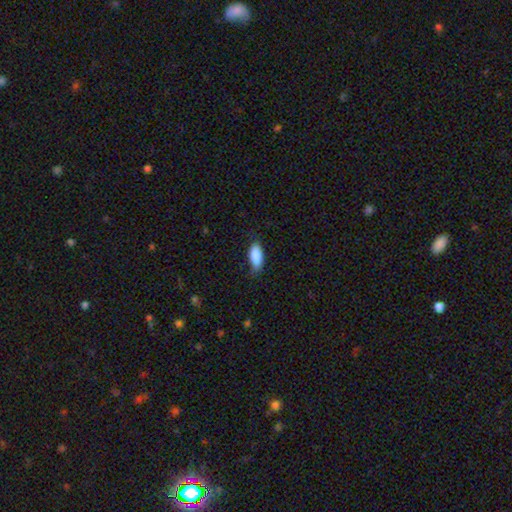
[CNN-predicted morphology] smooth-or-featured: smooth: 87% | featured or disk: 7% | star or artifact: 6%
  how-rounded: in between: 85% | cigar-shaped: 13% | round: 2%
  merging: none: 71% | minor disturbance: 23% | major disturbance: 5% | merger: 1%